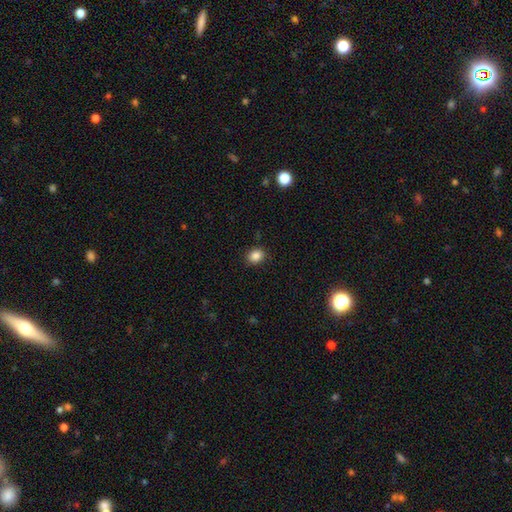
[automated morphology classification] Overall: smooth (86%). How rounded: round (54%; in between 45%). Merging: none (88%).